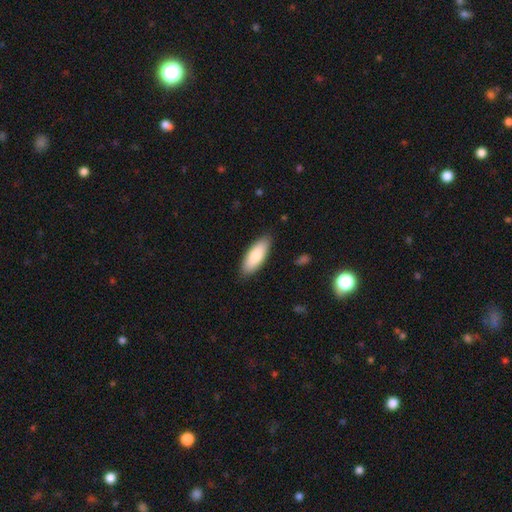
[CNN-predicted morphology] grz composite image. It shows a smooth galaxy with no disk features (82%) that is in between round and cigar-shaped (72%). Merging: none (87%).